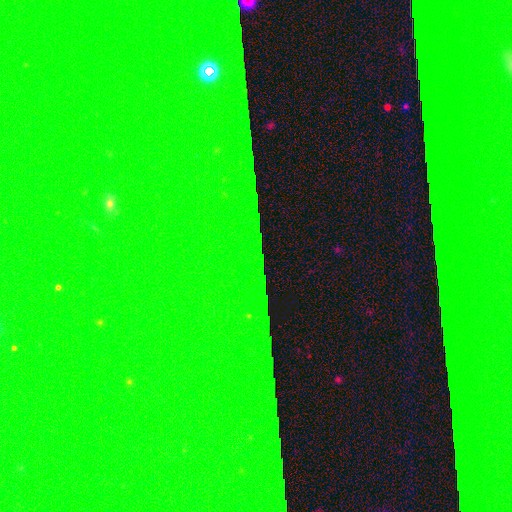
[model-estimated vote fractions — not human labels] The model was most divided on "smooth or featured": star or artifact: 86%, featured or disk: 8%, smooth: 6%.